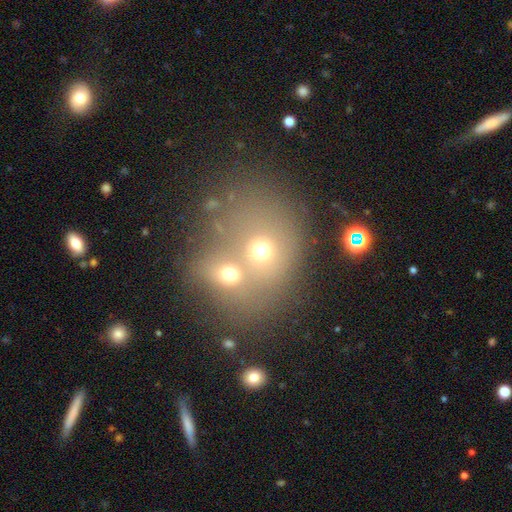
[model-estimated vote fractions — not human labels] Smooth or featured: smooth — 54% (star or artifact — 24%)
How rounded: round — 68% (in between — 31%)
Merging: merger — 60% (none — 29%)